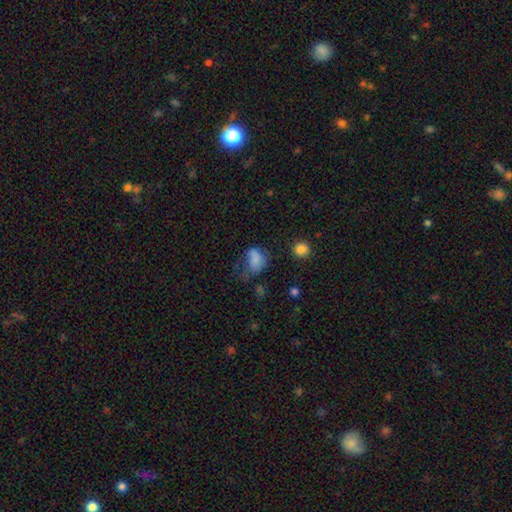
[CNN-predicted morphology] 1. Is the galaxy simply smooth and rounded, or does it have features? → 70% smooth, 15% star or artifact, 15% featured or disk.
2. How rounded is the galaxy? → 75% in between, 22% round, 2% cigar-shaped.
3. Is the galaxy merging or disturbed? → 41% major disturbance, 28% none, 25% minor disturbance, 6% merger.